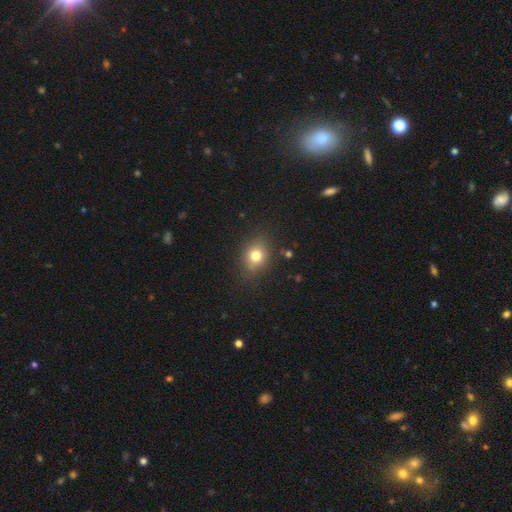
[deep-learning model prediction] Q: Smooth or featured?
A: smooth (77%); runner-up: star or artifact (13%)
Q: How rounded?
A: round (52%); runner-up: in between (47%)
Q: Merging?
A: none (82%); runner-up: minor disturbance (12%)